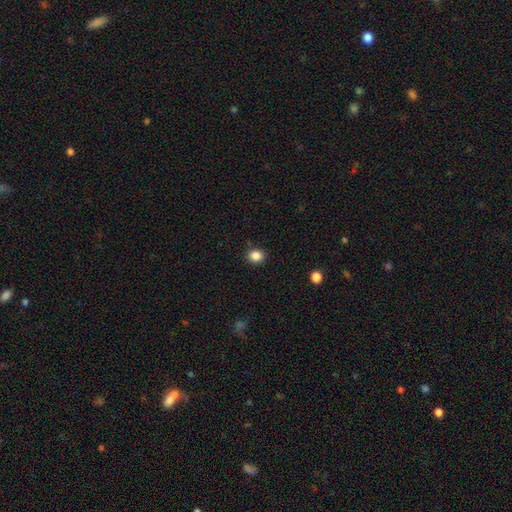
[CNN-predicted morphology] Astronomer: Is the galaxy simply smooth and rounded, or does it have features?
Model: smooth — 86%.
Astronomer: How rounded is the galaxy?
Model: round — 77%.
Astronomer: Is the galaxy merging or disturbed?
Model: none — 89%.